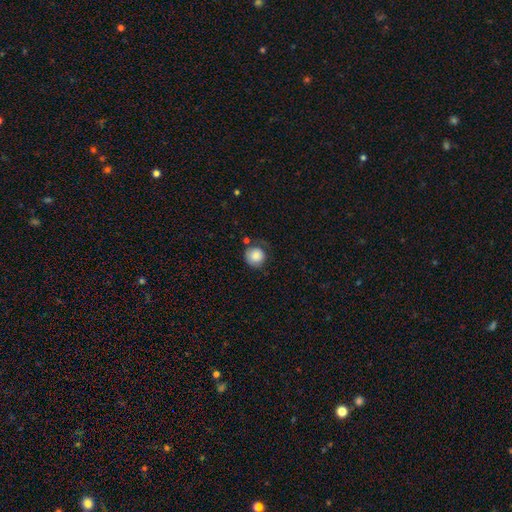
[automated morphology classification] type=smooth (83%); roundness=round (93%); merging=none (62%).